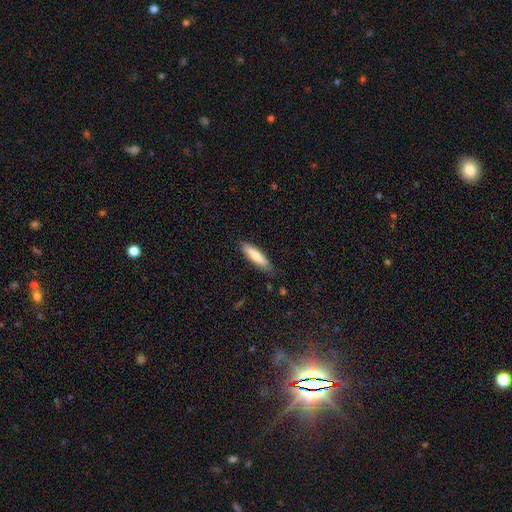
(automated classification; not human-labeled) Smooth or featured? smooth (76%)
How rounded? cigar-shaped (71%)
Merging? none (84%)